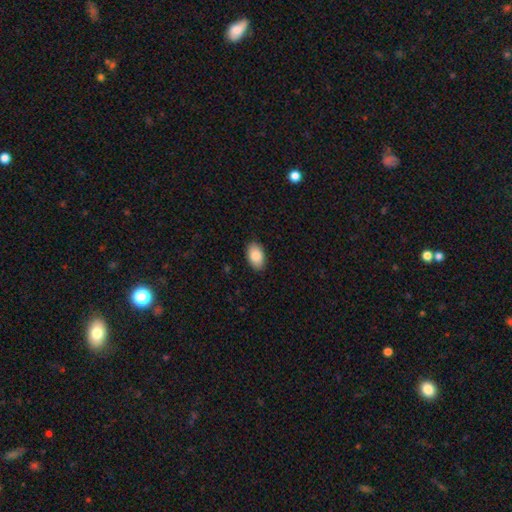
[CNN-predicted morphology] Smooth or featured? smooth (88%)
How rounded? in between (93%)
Merging? none (89%)